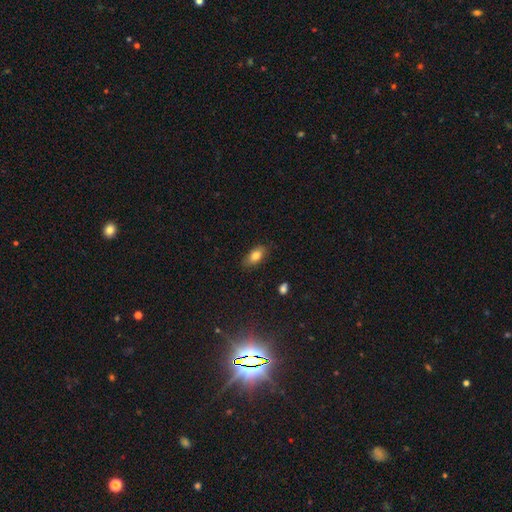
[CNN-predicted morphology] This is clearly a smooth galaxy (81%). How rounded: clearly in between (89%). Merging: clearly none (84%).